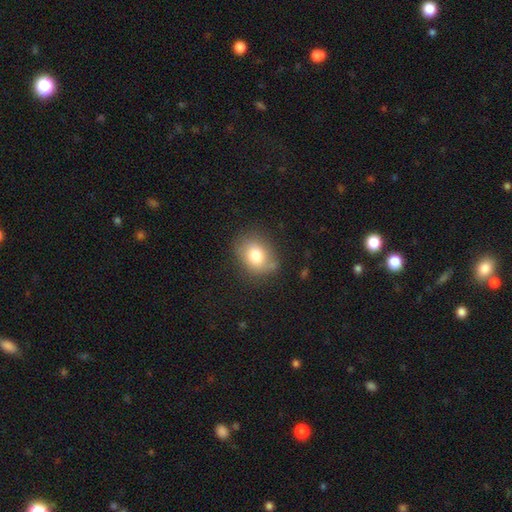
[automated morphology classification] Smooth or featured: smooth — 78% (featured or disk — 12%)
How rounded: in between — 55% (round — 43%)
Merging: none — 71% (minor disturbance — 21%)